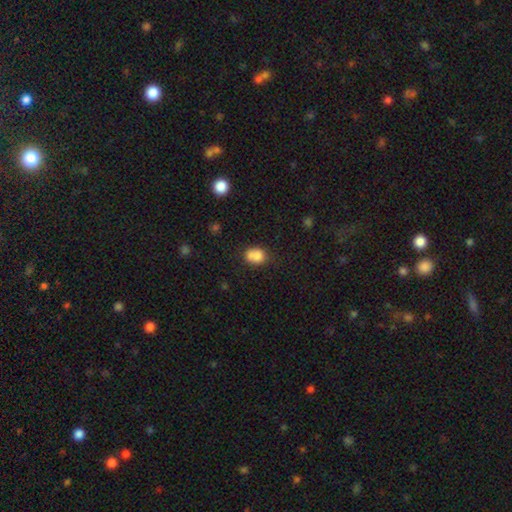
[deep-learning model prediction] Smooth or featured? Predicted: smooth (p=0.77). How rounded? Predicted: in between (p=0.50). Merging? Predicted: none (p=0.43).